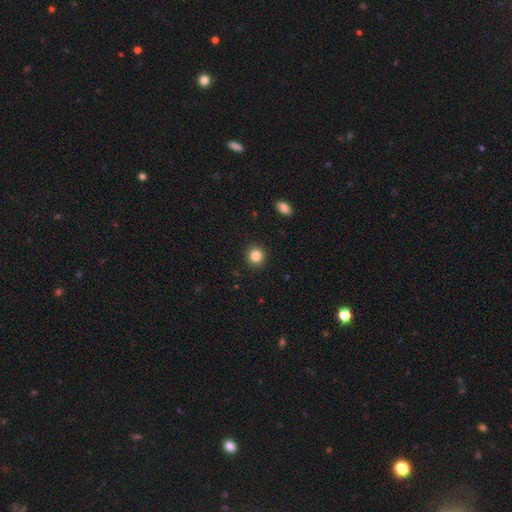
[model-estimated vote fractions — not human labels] Morphology: type=smooth (85%); roundness=round (92%); merging=none (92%).